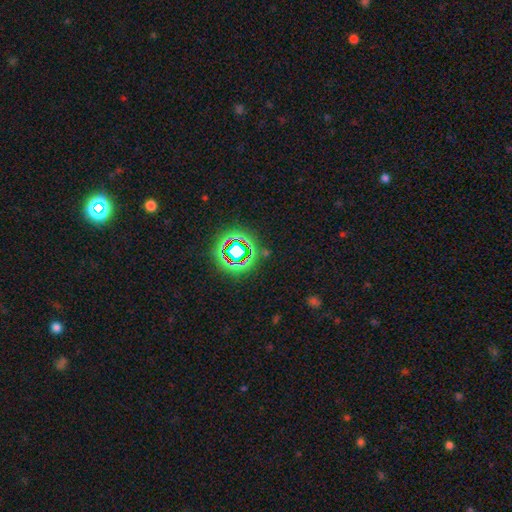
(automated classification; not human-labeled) A star or artifact, not a galaxy (67%).

Vote fractions:
- Smooth or featured? star or artifact: 67% / smooth: 22% / featured or disk: 11%